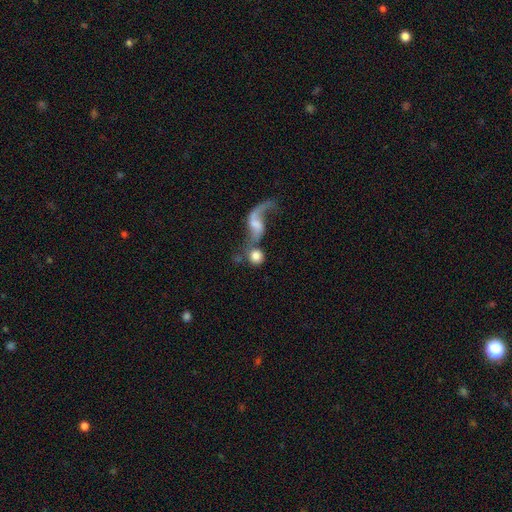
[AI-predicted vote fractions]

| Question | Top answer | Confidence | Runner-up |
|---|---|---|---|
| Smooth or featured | smooth | 68% | featured or disk (24%) |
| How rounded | round | 82% | in between (15%) |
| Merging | merger | 44% | none (35%) |